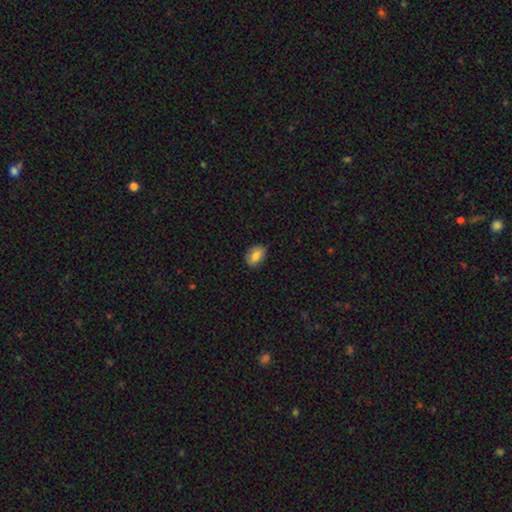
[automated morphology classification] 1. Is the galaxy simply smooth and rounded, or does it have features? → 80% smooth, 12% featured or disk, 8% star or artifact.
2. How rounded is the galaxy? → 82% in between, 16% round, 2% cigar-shaped.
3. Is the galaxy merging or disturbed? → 81% none, 16% minor disturbance, 3% major disturbance, 1% merger.